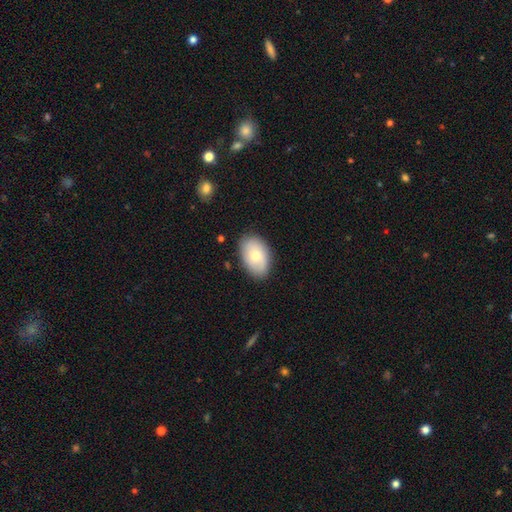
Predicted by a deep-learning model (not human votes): Smooth or featured? smooth (69%)
How rounded? in between (89%)
Merging? none (84%)